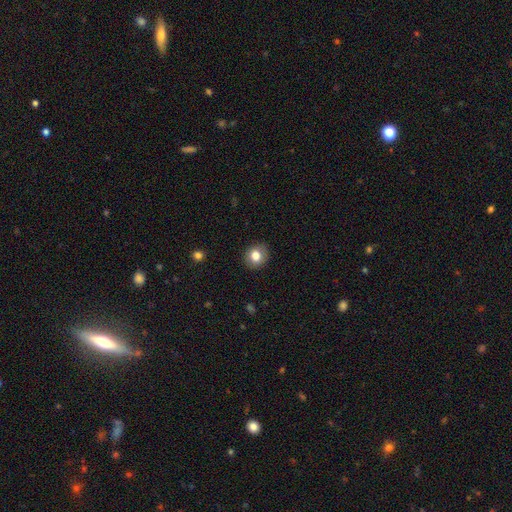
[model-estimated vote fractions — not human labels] Smooth or featured: smooth — 81% (star or artifact — 9%)
How rounded: round — 73% (in between — 26%)
Merging: none — 88% (minor disturbance — 8%)